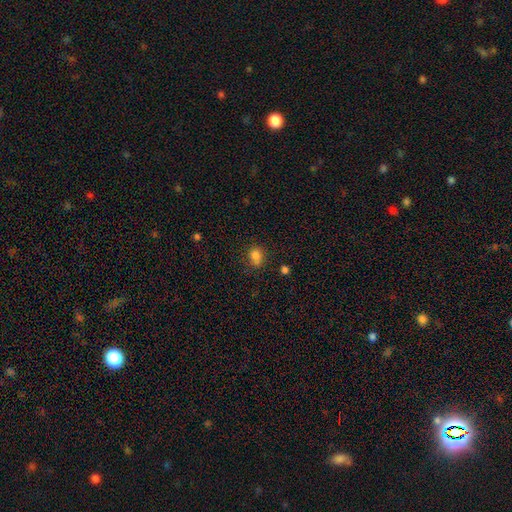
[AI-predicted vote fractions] Overall: smooth (80%). How rounded: round (59%; in between 40%). Merging: none (63%).